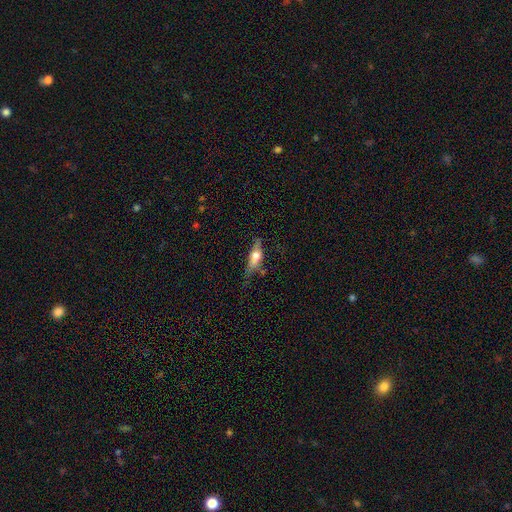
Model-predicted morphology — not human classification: Smooth or featured: smooth — 47% (featured or disk — 46%)
Merging: none — 53% (minor disturbance — 28%)